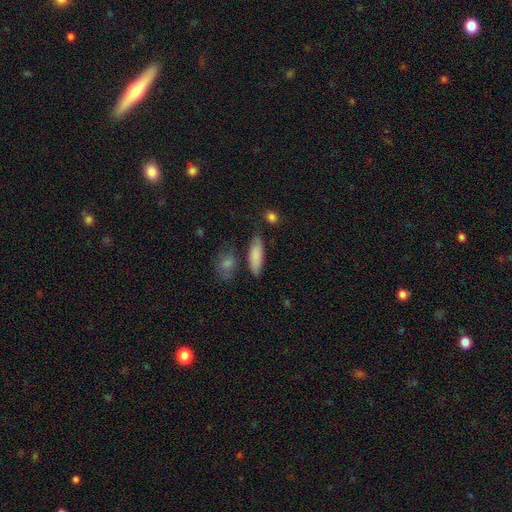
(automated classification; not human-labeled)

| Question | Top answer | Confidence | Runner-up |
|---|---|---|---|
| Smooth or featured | smooth | 82% | featured or disk (11%) |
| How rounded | in between | 56% | cigar-shaped (41%) |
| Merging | none | 74% | minor disturbance (15%) |